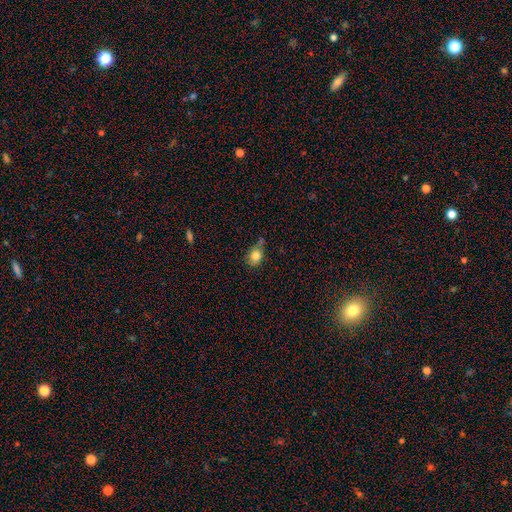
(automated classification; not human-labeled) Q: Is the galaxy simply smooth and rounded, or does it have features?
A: smooth — 81%.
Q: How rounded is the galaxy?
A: in between — 54%.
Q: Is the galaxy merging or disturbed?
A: none — 47%.